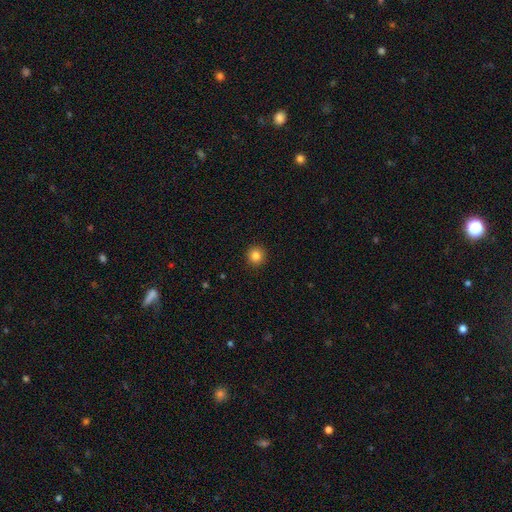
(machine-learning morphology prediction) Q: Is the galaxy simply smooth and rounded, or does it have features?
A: smooth — 84%.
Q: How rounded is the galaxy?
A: round — 95%.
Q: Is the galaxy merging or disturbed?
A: none — 93%.